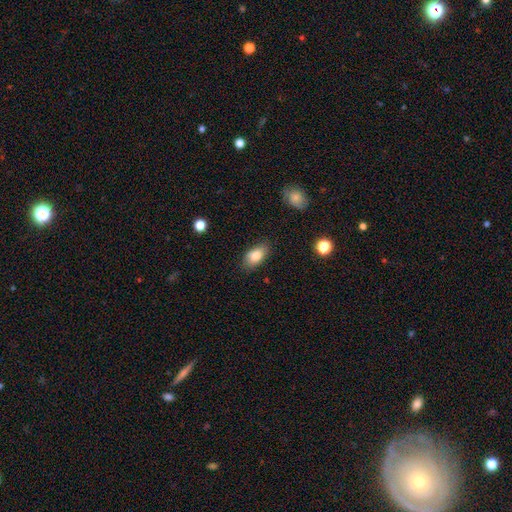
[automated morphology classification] Smooth or featured?
  - smooth: 82% *
  - featured or disk: 10%
  - star or artifact: 8%
How rounded?
  - in between: 90% *
  - round: 6%
  - cigar-shaped: 4%
Merging?
  - none: 83% *
  - minor disturbance: 13%
  - major disturbance: 3%
  - merger: 1%